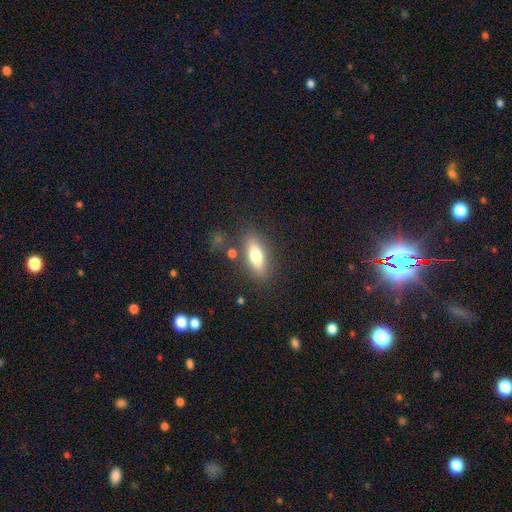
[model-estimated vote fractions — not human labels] Smooth or featured? Predicted: smooth (p=0.66). How rounded? Predicted: in between (p=0.59). Merging? Predicted: none (p=0.80).